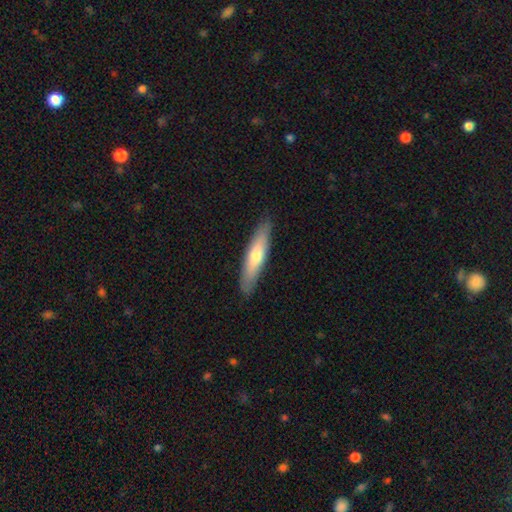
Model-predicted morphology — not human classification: smooth 58%, featured or disk 36%, star or artifact 5%. Down the decision tree: how rounded — cigar-shaped (81%); merging — none (89%).